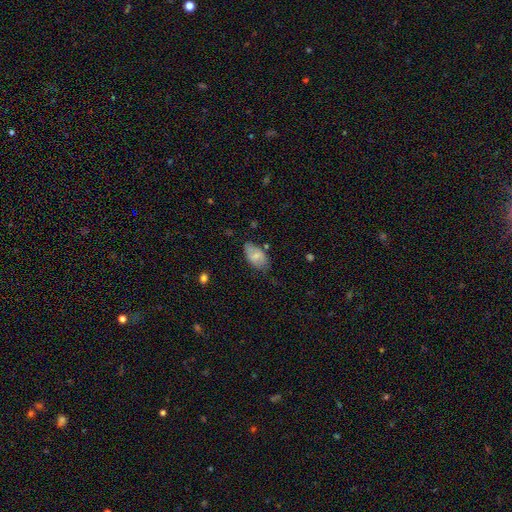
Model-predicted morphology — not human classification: Overall: smooth (65%; featured or disk 28%). How rounded: in between (93%). Merging: none (64%; minor disturbance 27%).